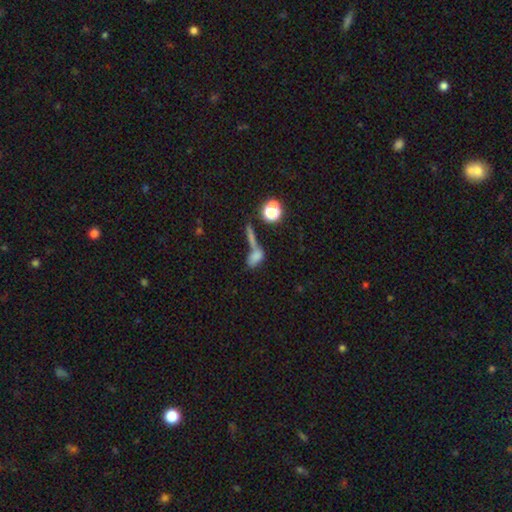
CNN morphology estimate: The model was most divided on "merging": merger: 52%, none: 27%, minor disturbance: 11%, major disturbance: 11%. More confident: how rounded — in between (69%); smooth or featured — smooth (67%).